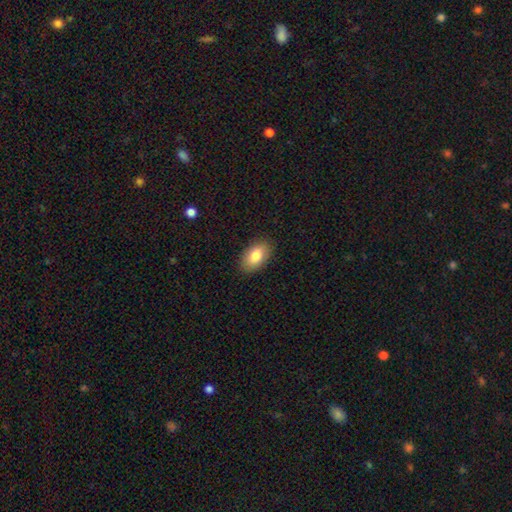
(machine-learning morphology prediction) Smooth or featured?
  - smooth: 81% *
  - featured or disk: 11%
  - star or artifact: 7%
How rounded?
  - in between: 92% *
  - round: 6%
  - cigar-shaped: 2%
Merging?
  - none: 88% *
  - minor disturbance: 9%
  - major disturbance: 2%
  - merger: 1%